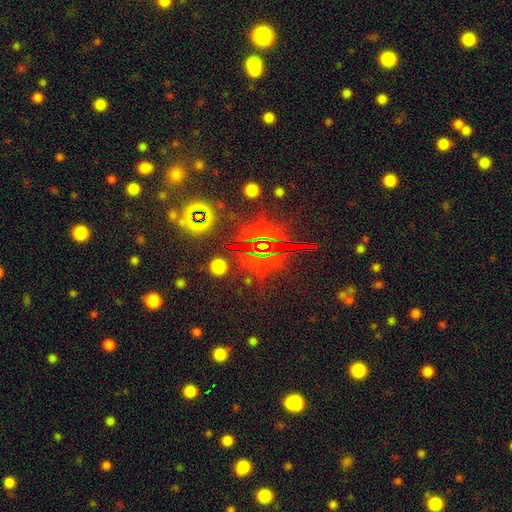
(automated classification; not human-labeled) Overall: star or artifact (82%).